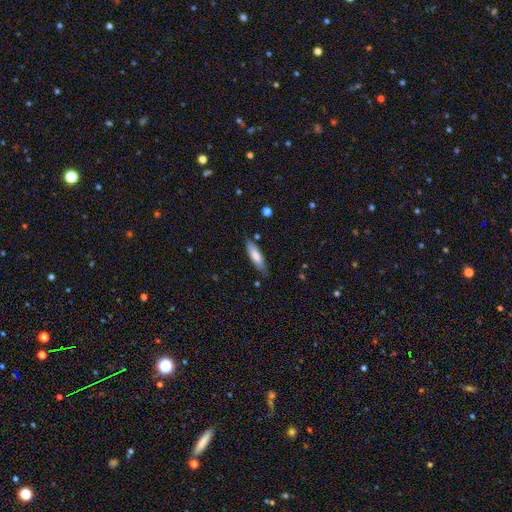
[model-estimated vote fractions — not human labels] Smooth or featured? smooth (74%)
How rounded? cigar-shaped (59%)
Merging? none (77%)